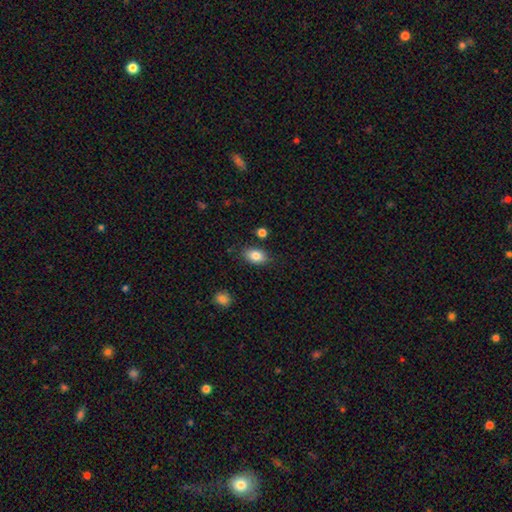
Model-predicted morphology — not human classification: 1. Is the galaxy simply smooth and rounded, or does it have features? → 84% smooth, 8% star or artifact, 8% featured or disk.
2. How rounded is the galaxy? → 86% in between, 13% round, 2% cigar-shaped.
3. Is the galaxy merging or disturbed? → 82% none, 12% minor disturbance, 3% merger, 3% major disturbance.